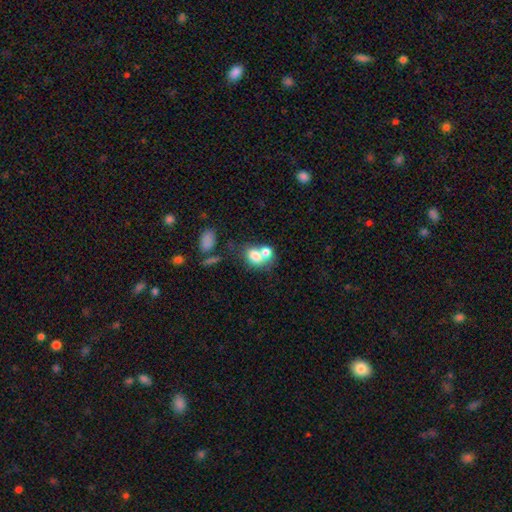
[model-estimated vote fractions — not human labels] Smooth or featured?
  - smooth: 73% *
  - featured or disk: 17%
  - star or artifact: 10%
How rounded?
  - in between: 56% *
  - round: 43%
  - cigar-shaped: 1%
Merging?
  - merger: 57% *
  - none: 29%
  - minor disturbance: 9%
  - major disturbance: 6%